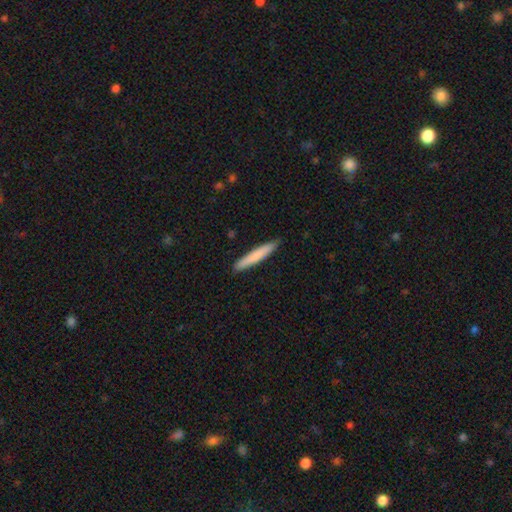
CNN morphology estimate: This is likely a smooth galaxy (77%). How rounded: clearly cigar-shaped (95%). Merging: clearly none (90%).